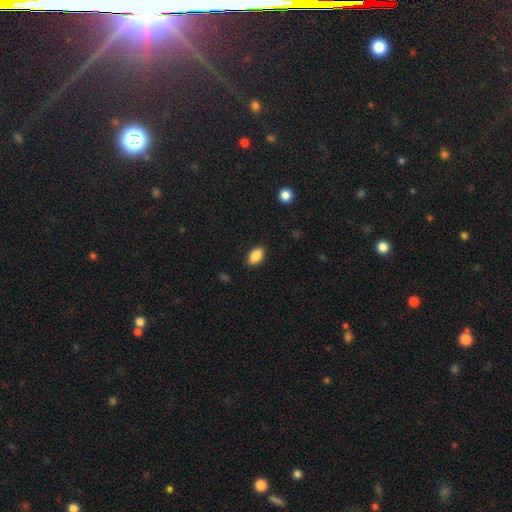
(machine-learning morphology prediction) Smooth or featured?
  - smooth: 88% *
  - star or artifact: 8%
  - featured or disk: 4%
How rounded?
  - in between: 91% *
  - round: 7%
  - cigar-shaped: 2%
Merging?
  - none: 87% *
  - minor disturbance: 10%
  - major disturbance: 2%
  - merger: 1%